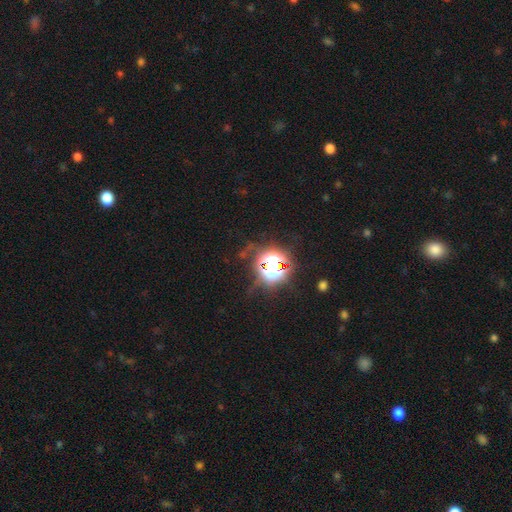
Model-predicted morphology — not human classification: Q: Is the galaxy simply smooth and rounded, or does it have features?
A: star or artifact — 81%.